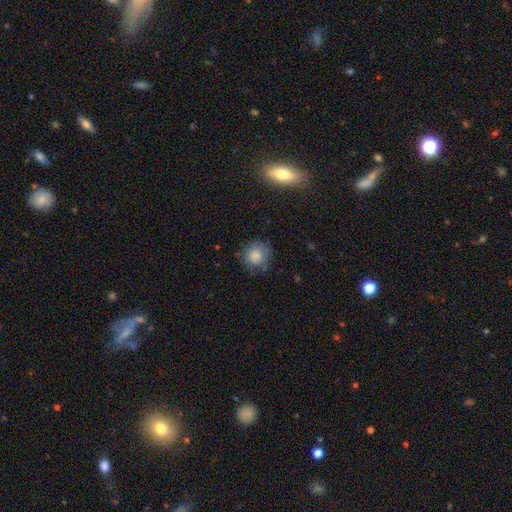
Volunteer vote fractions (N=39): Overall: smooth (95%). How rounded: round (95%). Merging: none (87%).